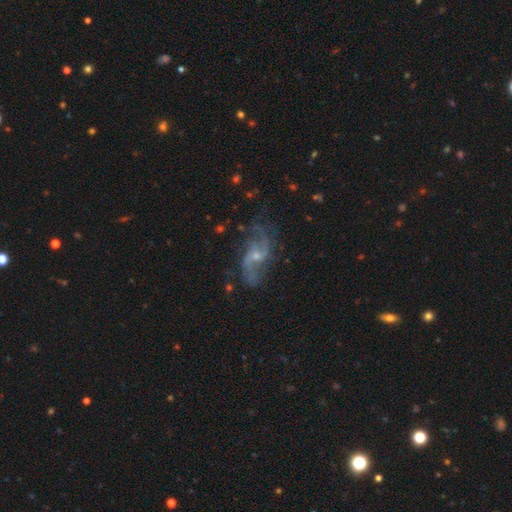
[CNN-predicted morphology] Smooth or featured?
  - featured or disk: 87% *
  - star or artifact: 7%
  - smooth: 7%
Edge-on disk?
  - no: 96% *
  - yes: 4%
Bar?
  - no: 48% *
  - weak: 43%
  - strong: 9%
Spiral arms?
  - yes: 95% *
  - no: 5%
Spiral winding?
  - loose: 63% *
  - medium: 29%
  - tight: 8%
Spiral arm count?
  - 2: 82% *
  - can't tell: 7%
  - 3: 4%
  - 1: 3%
  - 4: 2%
  - more than 4: 2%
Bulge size?
  - small: 61% *
  - moderate: 32%
  - none: 4%
  - large: 1%
  - dominant: 1%
Merging?
  - none: 67% *
  - minor disturbance: 19%
  - major disturbance: 11%
  - merger: 2%